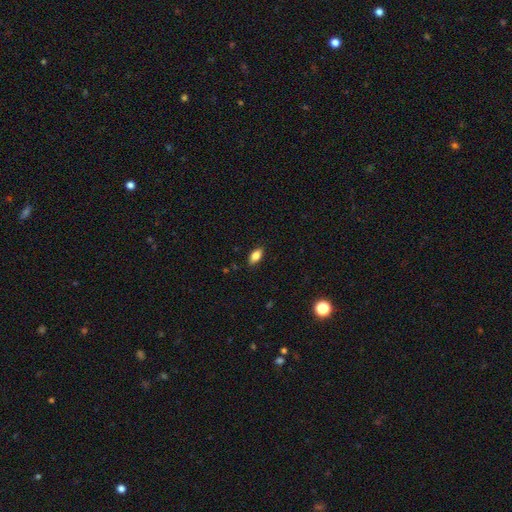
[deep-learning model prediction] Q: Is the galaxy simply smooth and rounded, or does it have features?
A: smooth — 81%.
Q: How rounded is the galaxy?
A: in between — 88%.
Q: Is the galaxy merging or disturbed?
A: none — 86%.